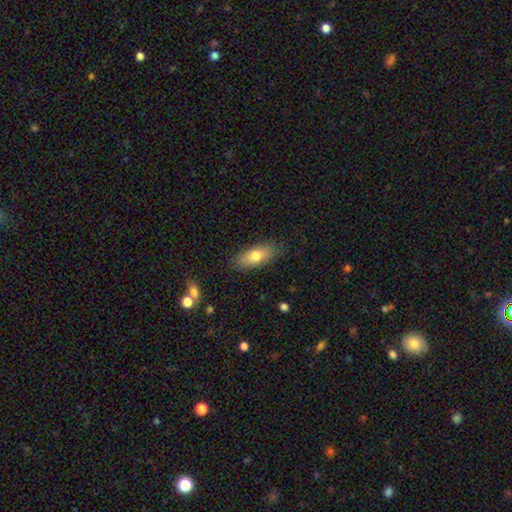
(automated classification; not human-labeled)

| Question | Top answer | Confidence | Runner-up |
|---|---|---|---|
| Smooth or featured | smooth | 72% | featured or disk (21%) |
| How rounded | in between | 74% | cigar-shaped (23%) |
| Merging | none | 81% | minor disturbance (14%) |